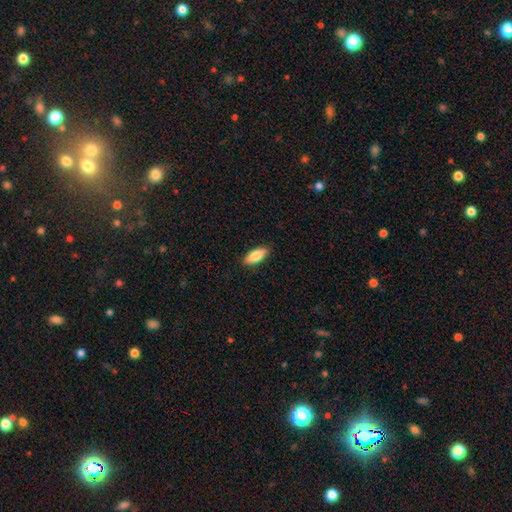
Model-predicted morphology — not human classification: A smooth galaxy with no disk features (85%) that is in between round and cigar-shaped (77%).

Vote fractions:
- Smooth or featured? smooth: 85% / featured or disk: 9% / star or artifact: 6%
- How rounded? in between: 77% / cigar-shaped: 21% / round: 2%
- Merging? none: 89% / minor disturbance: 8% / major disturbance: 2% / merger: 1%